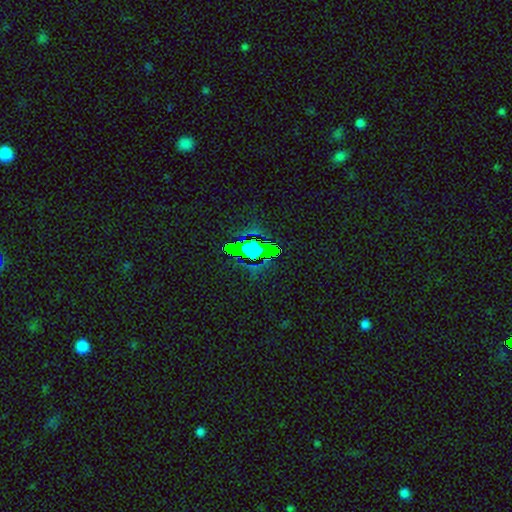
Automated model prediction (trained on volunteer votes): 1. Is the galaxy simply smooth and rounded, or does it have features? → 66% star or artifact, 21% smooth, 13% featured or disk.